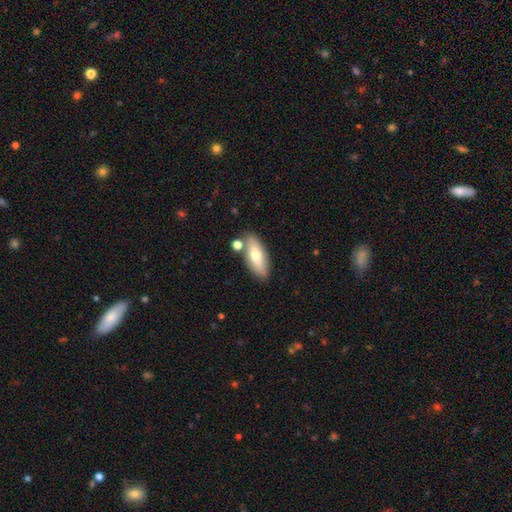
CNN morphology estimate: smooth 60%, featured or disk 33%, star or artifact 7%. Down the decision tree: how rounded — in between (73%); merging — none (75%).